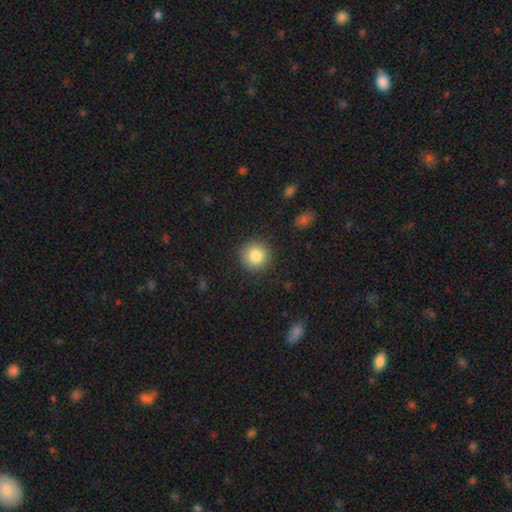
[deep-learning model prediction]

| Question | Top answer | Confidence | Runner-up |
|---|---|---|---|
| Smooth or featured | smooth | 84% | star or artifact (9%) |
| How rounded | round | 94% | in between (5%) |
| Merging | none | 90% | minor disturbance (7%) |